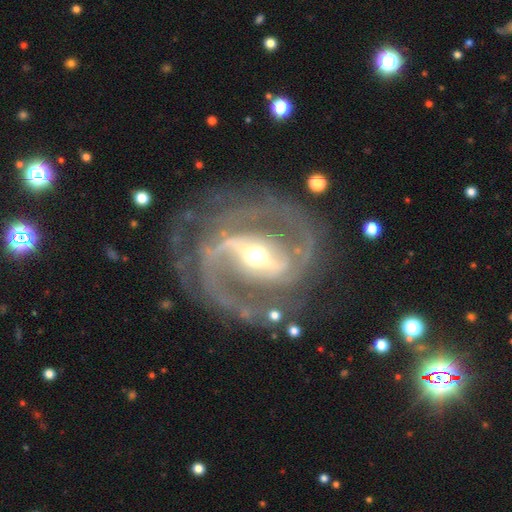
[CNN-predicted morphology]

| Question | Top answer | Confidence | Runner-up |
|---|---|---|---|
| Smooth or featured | featured or disk | 92% | star or artifact (5%) |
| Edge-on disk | no | 97% | yes (3%) |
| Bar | strong | 69% | weak (24%) |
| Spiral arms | yes | 97% | no (3%) |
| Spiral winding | medium | 52% | tight (37%) |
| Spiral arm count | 2 | 83% | 3 (6%) |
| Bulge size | moderate | 56% | small (37%) |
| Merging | none | 75% | minor disturbance (15%) |